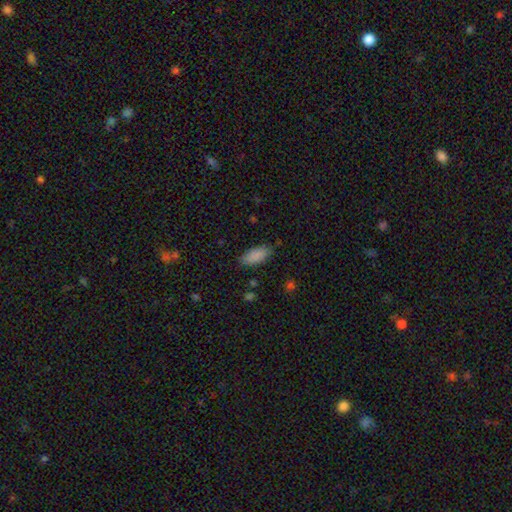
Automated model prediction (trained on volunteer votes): Smooth or featured? Predicted: smooth (p=0.88). How rounded? Predicted: in between (p=0.86). Merging? Predicted: none (p=0.81).